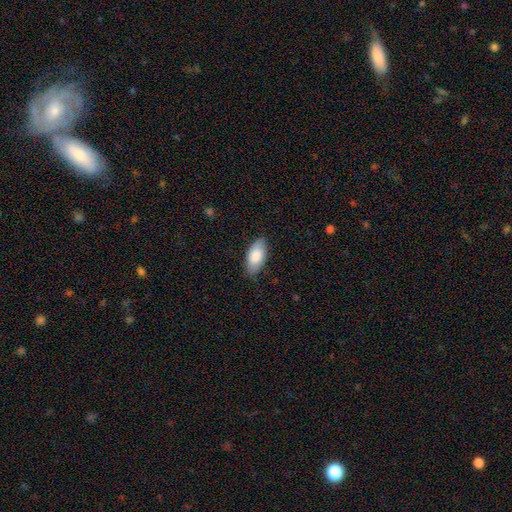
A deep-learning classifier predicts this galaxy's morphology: Q: Smooth or featured?
A: smooth (85%); runner-up: featured or disk (9%)
Q: How rounded?
A: in between (92%); runner-up: cigar-shaped (6%)
Q: Merging?
A: none (83%); runner-up: minor disturbance (13%)